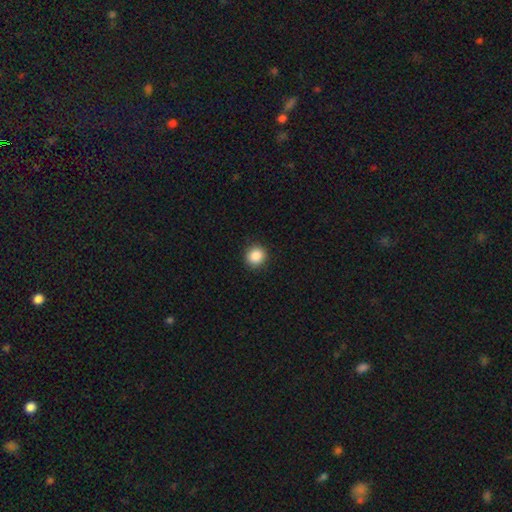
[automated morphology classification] Overall: smooth (87%). How rounded: round (90%). Merging: none (92%).